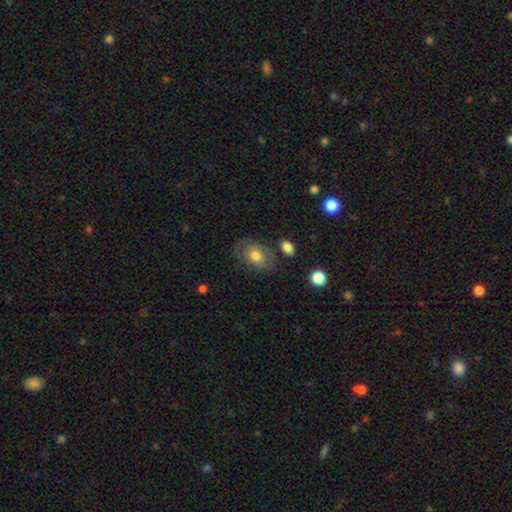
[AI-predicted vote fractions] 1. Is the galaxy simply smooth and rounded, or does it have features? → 66% smooth, 26% featured or disk, 8% star or artifact.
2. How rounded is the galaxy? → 75% in between, 24% round, 1% cigar-shaped.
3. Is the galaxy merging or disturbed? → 66% none, 21% minor disturbance, 9% major disturbance, 4% merger.